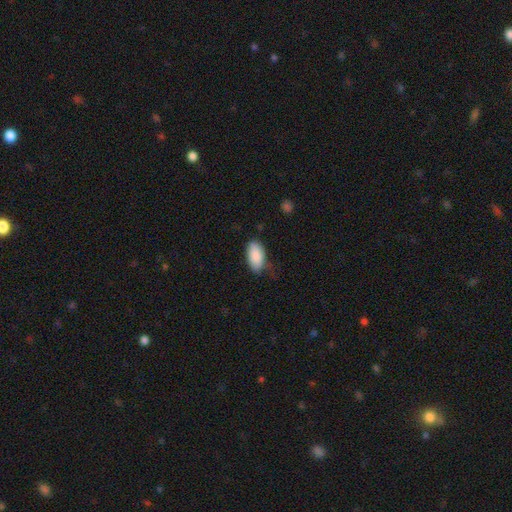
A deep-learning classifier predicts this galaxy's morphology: type=smooth (88%); roundness=in between (94%); merging=none (66%).